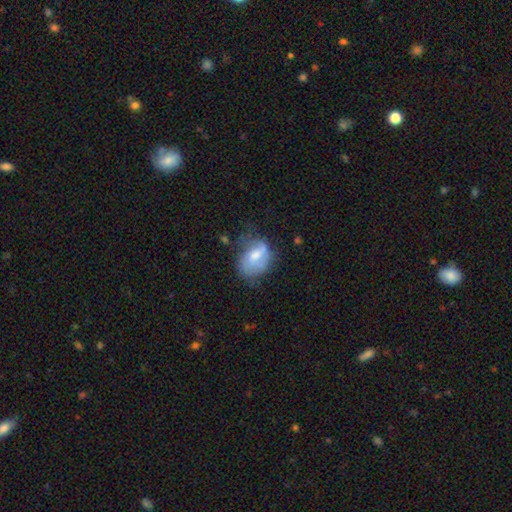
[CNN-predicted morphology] smooth-or-featured: smooth: 47% | featured or disk: 45% | star or artifact: 8%
  merging: none: 41% | minor disturbance: 32% | major disturbance: 23% | merger: 4%